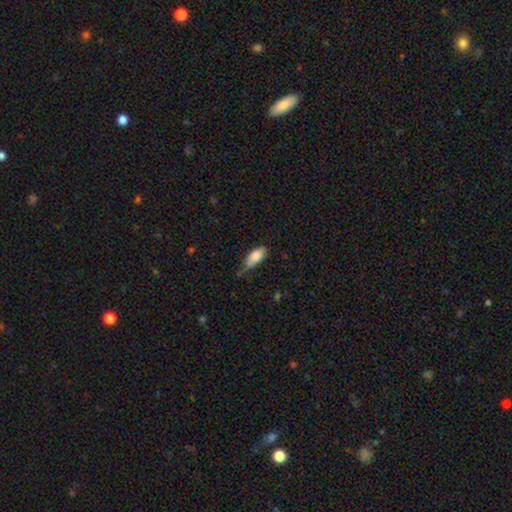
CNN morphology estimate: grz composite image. It shows a smooth galaxy with no disk features (81%) that is in between round and cigar-shaped (84%). Merging: minor disturbance (46%).